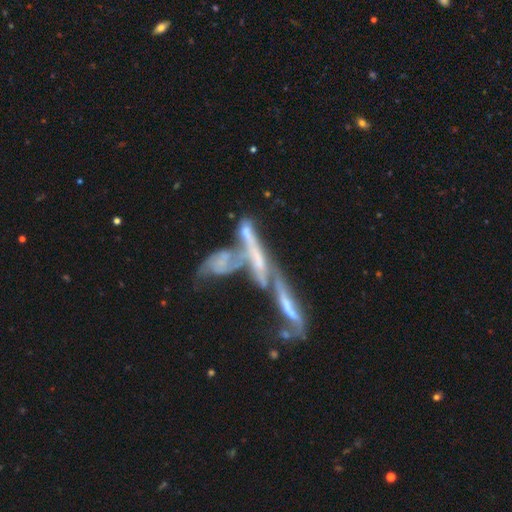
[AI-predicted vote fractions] The model was most divided on "edge-on disk": no: 52%, yes: 48%. More confident: merging — merger (68%); smooth or featured — featured or disk (63%).